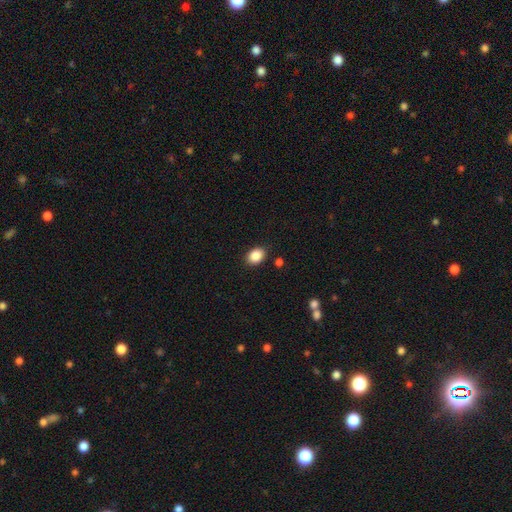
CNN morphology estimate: A smooth galaxy with no disk features (88%) that is in between round and cigar-shaped (68%).

Vote fractions:
- Smooth or featured? smooth: 88% / star or artifact: 8% / featured or disk: 4%
- How rounded? in between: 68% / round: 31% / cigar-shaped: 1%
- Merging? none: 87% / minor disturbance: 9% / major disturbance: 2% / merger: 2%